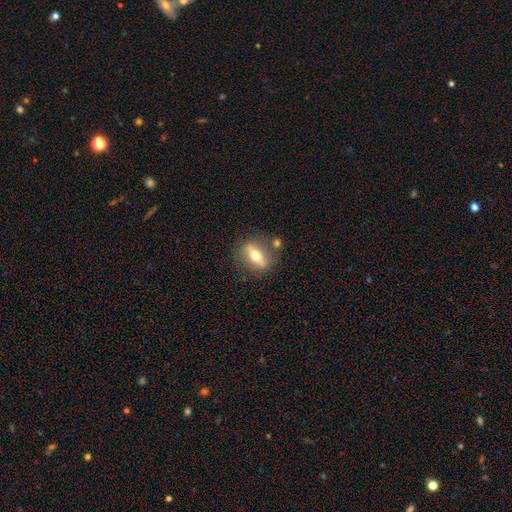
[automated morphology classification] Overall: featured or disk (54%; smooth 38%). Edge-on disk: yes (59%; no 41%). Merging: none (77%).